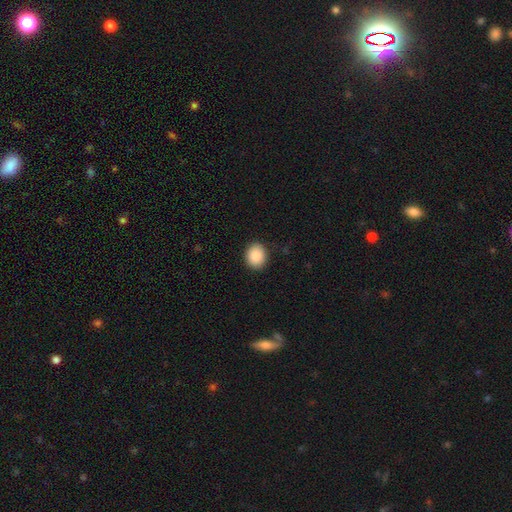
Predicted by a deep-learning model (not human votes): Smooth or featured: smooth — 89% (star or artifact — 7%)
How rounded: round — 61% (in between — 38%)
Merging: none — 89% (minor disturbance — 8%)